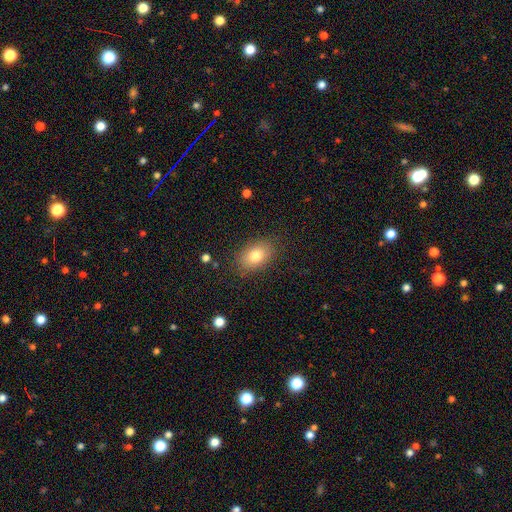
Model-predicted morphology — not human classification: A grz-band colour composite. It shows a smooth galaxy with no disk features (79%) that is in between round and cigar-shaped (85%). Merging: none (84%).